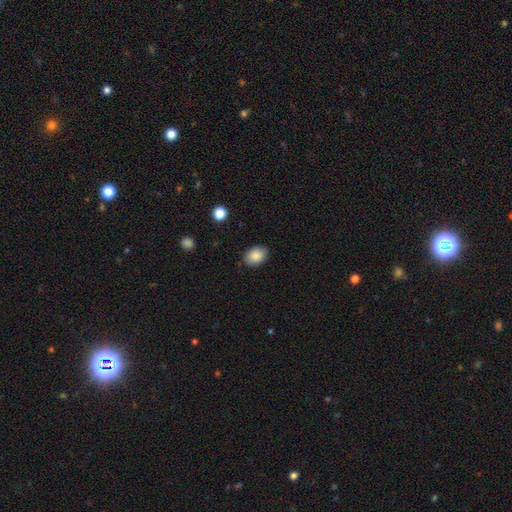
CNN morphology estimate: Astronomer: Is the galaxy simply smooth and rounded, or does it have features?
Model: smooth — 87%.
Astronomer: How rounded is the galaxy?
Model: in between — 70%.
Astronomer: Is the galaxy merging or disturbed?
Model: none — 84%.